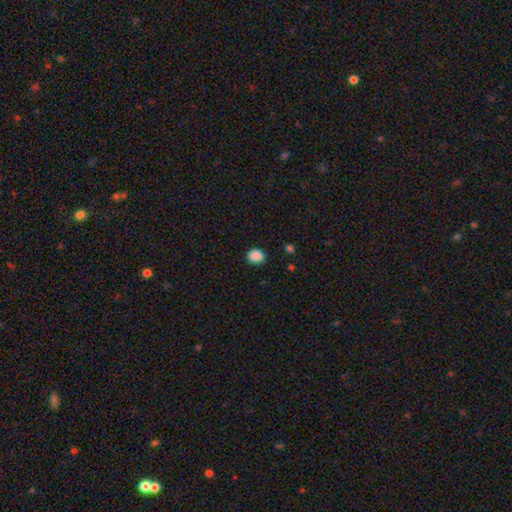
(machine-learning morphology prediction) type=smooth (88%); roundness=round (58%); merging=none (89%).